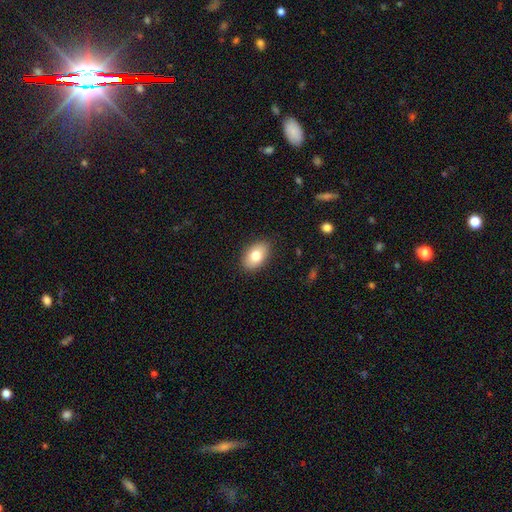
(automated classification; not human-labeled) The model was most divided on "smooth or featured": smooth: 79%, featured or disk: 14%, star or artifact: 8%. More confident: how rounded — in between (90%); merging — none (87%).